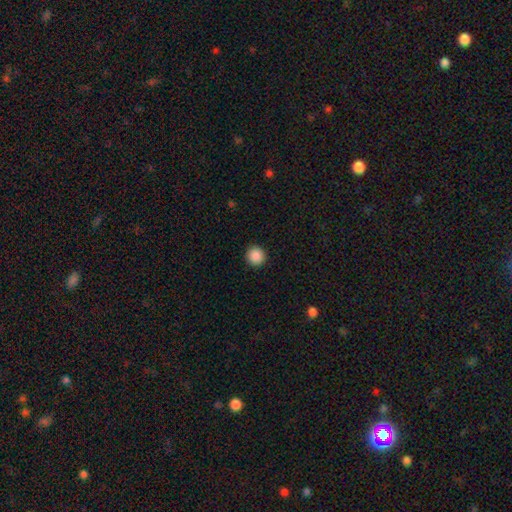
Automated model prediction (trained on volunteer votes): Smooth or featured?
  - smooth: 88% *
  - star or artifact: 9%
  - featured or disk: 3%
How rounded?
  - round: 95% *
  - in between: 4%
  - cigar-shaped: 1%
Merging?
  - none: 93% *
  - minor disturbance: 5%
  - major disturbance: 2%
  - merger: 1%